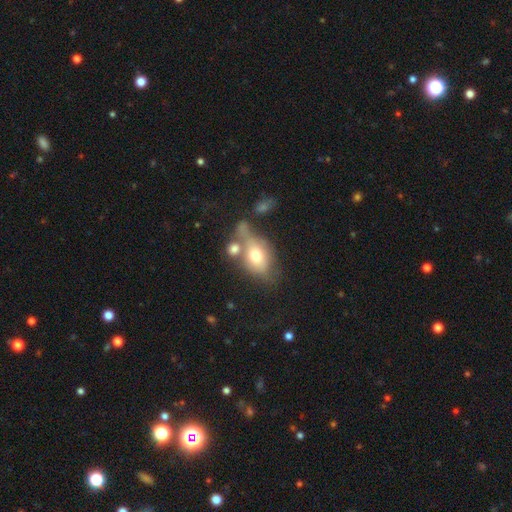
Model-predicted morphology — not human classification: A smooth galaxy with no disk features (66%) that is in between round and cigar-shaped (78%). Merging: merger (36%).